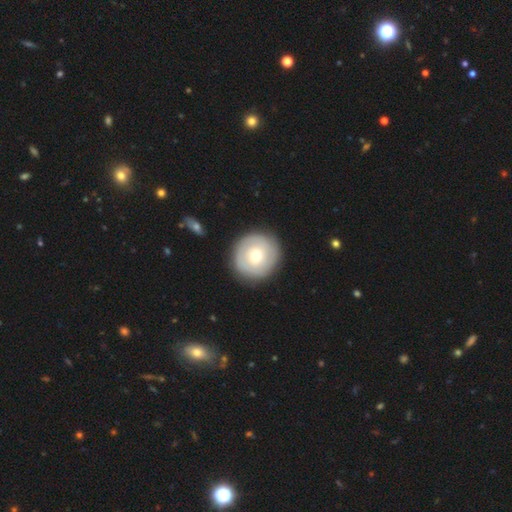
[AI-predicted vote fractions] This is possibly a smooth galaxy (51%). How rounded: clearly round (92%). Merging: clearly none (87%).